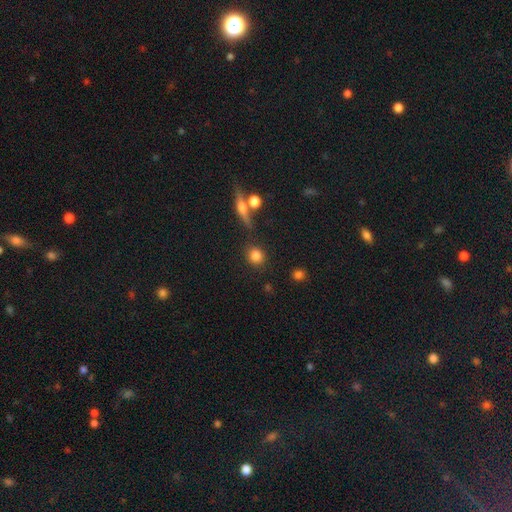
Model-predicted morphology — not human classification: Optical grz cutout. It shows a smooth galaxy with no disk features (82%) that is round (84%). Merging: none (82%).